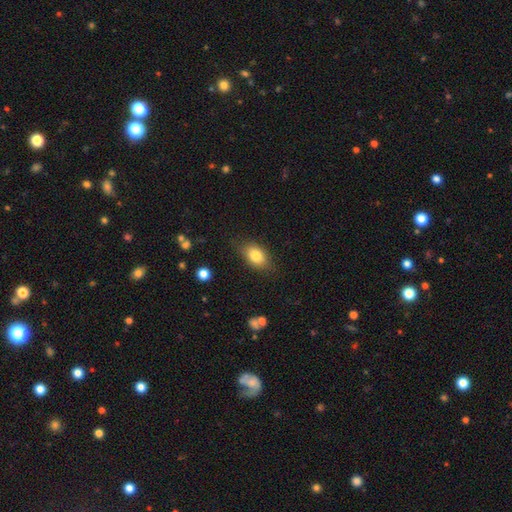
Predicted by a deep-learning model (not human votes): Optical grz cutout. It shows a smooth galaxy with no disk features (82%) that is in between round and cigar-shaped (85%). Merging: none (78%).